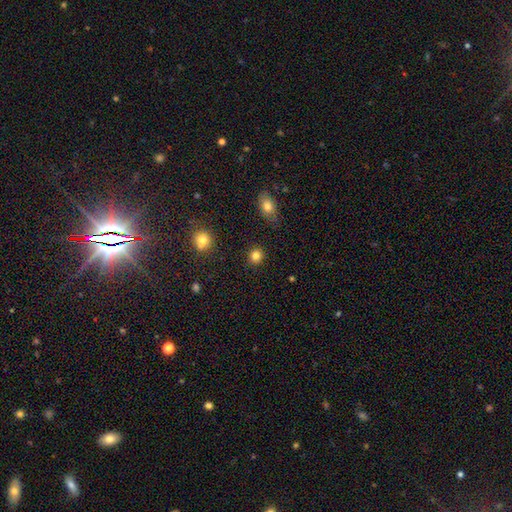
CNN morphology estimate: A smooth galaxy with no disk features (84%) that is round (87%).

Vote fractions:
- Smooth or featured? smooth: 84% / star or artifact: 11% / featured or disk: 5%
- How rounded? round: 87% / in between: 12% / cigar-shaped: 1%
- Merging? none: 90% / minor disturbance: 7% / major disturbance: 2% / merger: 2%